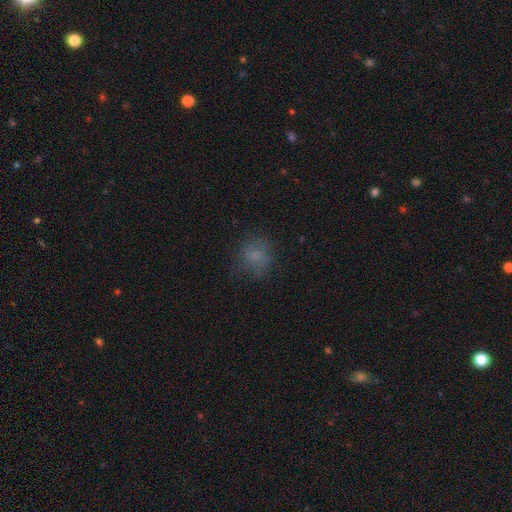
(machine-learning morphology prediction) This appears to be a smooth galaxy with no disk features (68%) that is round (72%). Merging: none (66%).